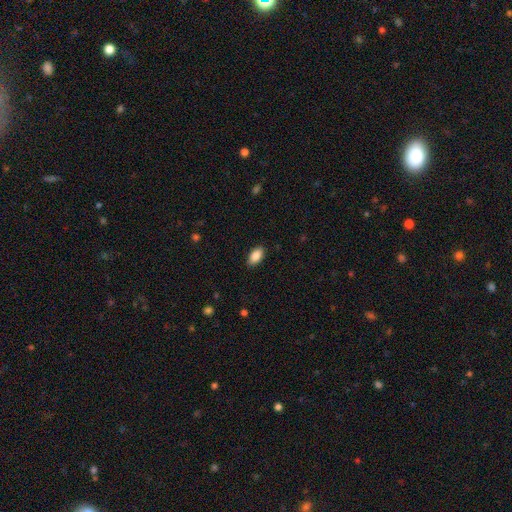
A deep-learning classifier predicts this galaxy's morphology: smooth 87%, star or artifact 7%, featured or disk 6%. Down the decision tree: how rounded — in between (92%); merging — none (88%).